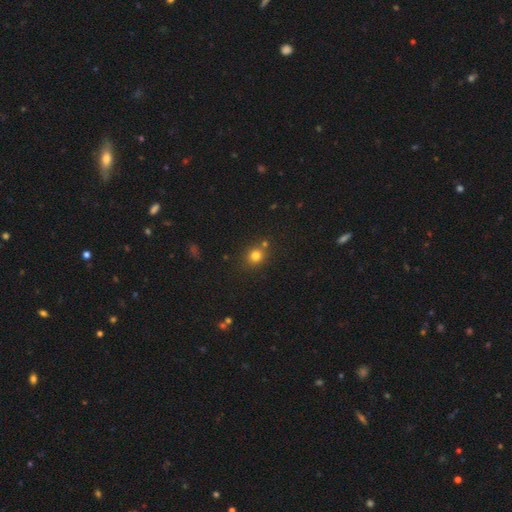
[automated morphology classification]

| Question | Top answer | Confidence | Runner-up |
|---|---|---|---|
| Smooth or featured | smooth | 78% | star or artifact (15%) |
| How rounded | round | 79% | in between (20%) |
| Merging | none | 73% | merger (14%) |